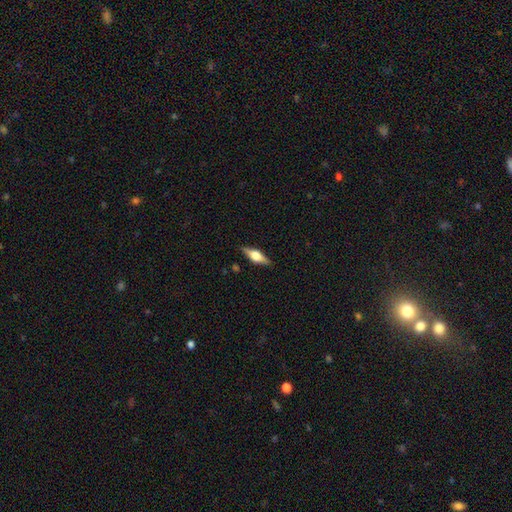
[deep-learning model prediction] Smooth or featured? featured or disk (65%)
Edge-on disk? yes (96%)
Edge-on bulge? rounded (92%)
Merging? none (88%)